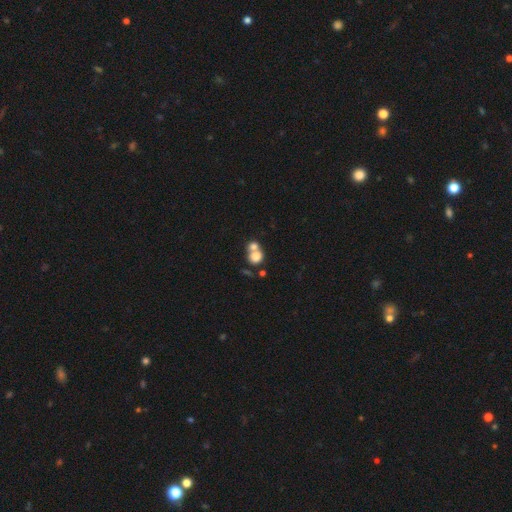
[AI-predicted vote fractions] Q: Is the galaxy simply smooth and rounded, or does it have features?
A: smooth — 77%.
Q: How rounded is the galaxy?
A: round — 76%.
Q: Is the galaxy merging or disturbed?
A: merger — 59%.